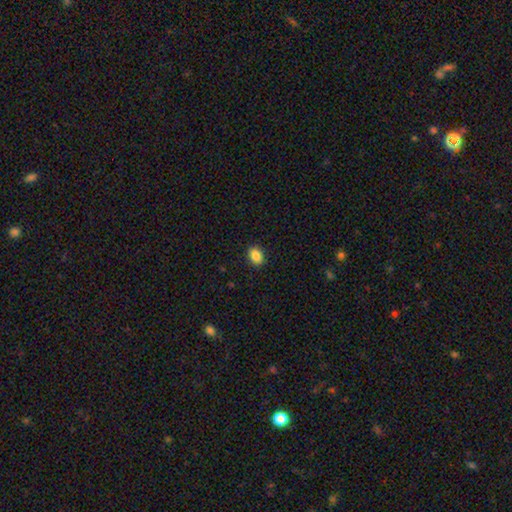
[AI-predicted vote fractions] Morphology: type=smooth (87%); roundness=in between (63%); merging=none (91%).